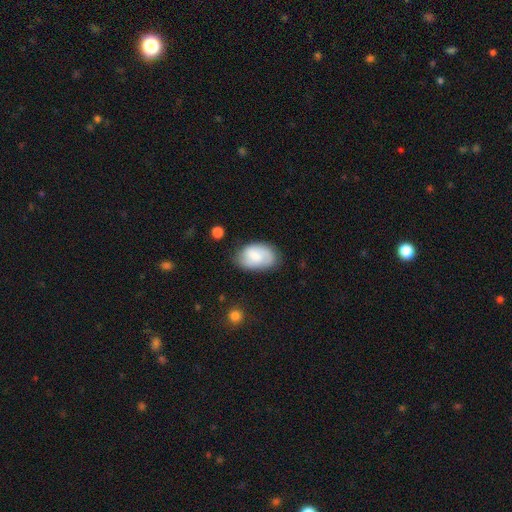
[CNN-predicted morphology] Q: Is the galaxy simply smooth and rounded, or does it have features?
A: smooth — 60%.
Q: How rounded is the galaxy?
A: in between — 89%.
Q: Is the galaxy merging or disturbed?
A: none — 71%.